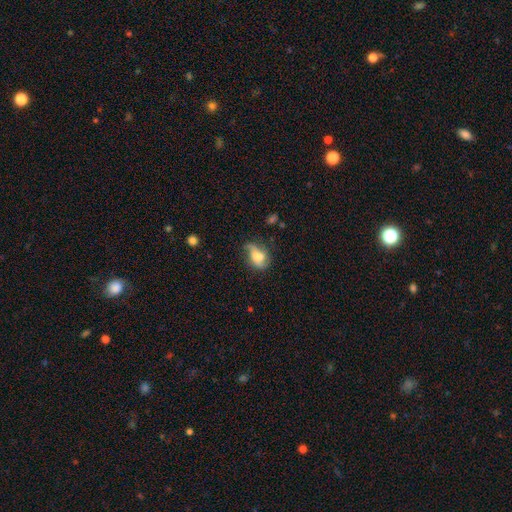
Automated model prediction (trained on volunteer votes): smooth-or-featured: smooth: 49% | featured or disk: 41% | star or artifact: 10%
  merging: none: 37% | minor disturbance: 30% | major disturbance: 24% | merger: 8%